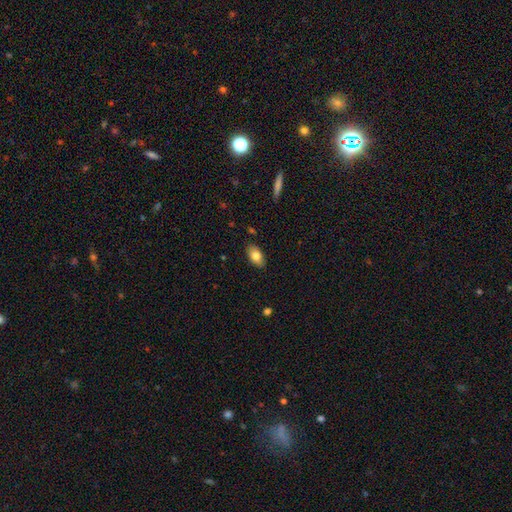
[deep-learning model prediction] This appears to be a smooth galaxy with no disk features (79%) that is in between round and cigar-shaped (91%). Merging: none (86%).